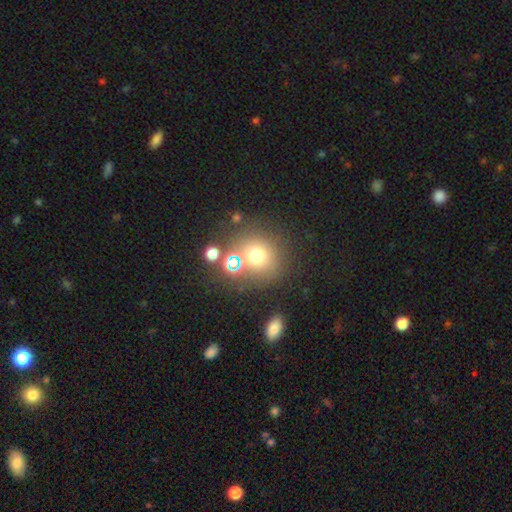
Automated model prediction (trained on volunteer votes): Smooth or featured? smooth (68%)
How rounded? round (86%)
Merging? none (70%)